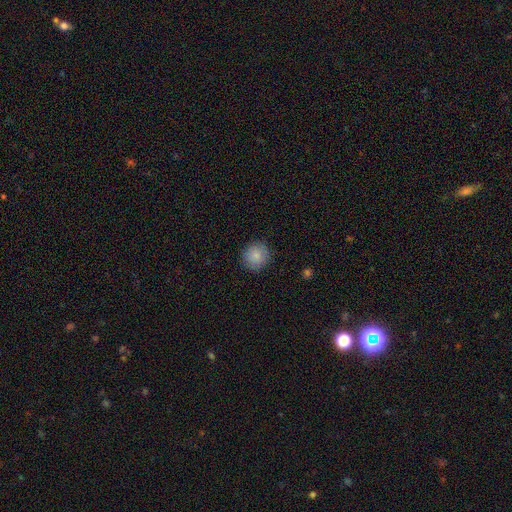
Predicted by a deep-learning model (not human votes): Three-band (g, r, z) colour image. It shows a smooth galaxy with no disk features (86%) that is round (90%). Merging: none (89%).